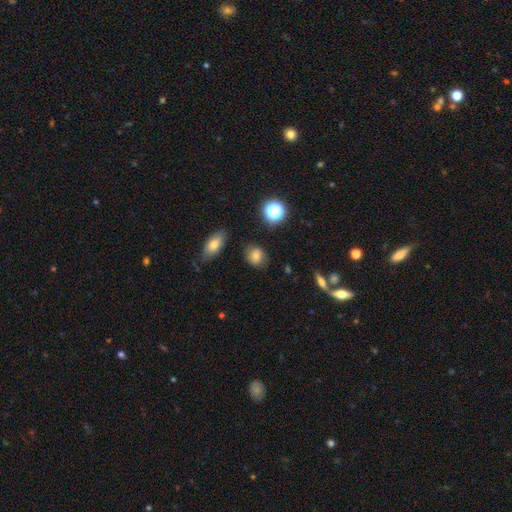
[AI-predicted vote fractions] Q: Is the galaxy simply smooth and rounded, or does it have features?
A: smooth — 74%.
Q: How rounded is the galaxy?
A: round — 64%.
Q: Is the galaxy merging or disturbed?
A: none — 78%.